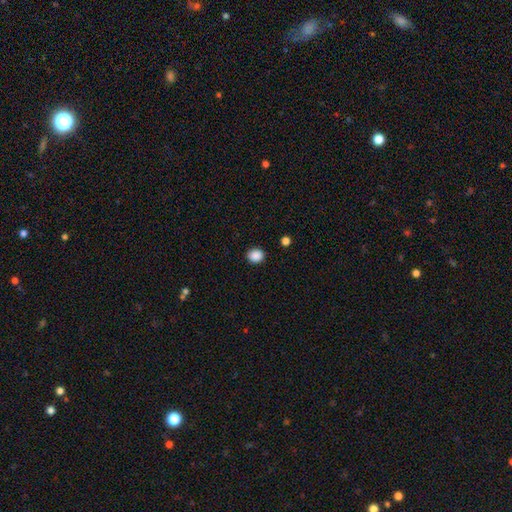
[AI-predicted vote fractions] Overall: smooth (89%). How rounded: round (70%). Merging: none (90%).